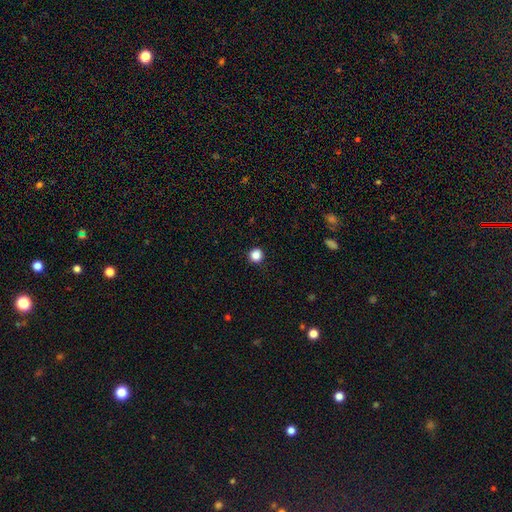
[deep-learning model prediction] Q: Smooth or featured?
A: smooth (86%); runner-up: star or artifact (11%)
Q: How rounded?
A: round (95%); runner-up: in between (4%)
Q: Merging?
A: none (93%); runner-up: minor disturbance (5%)